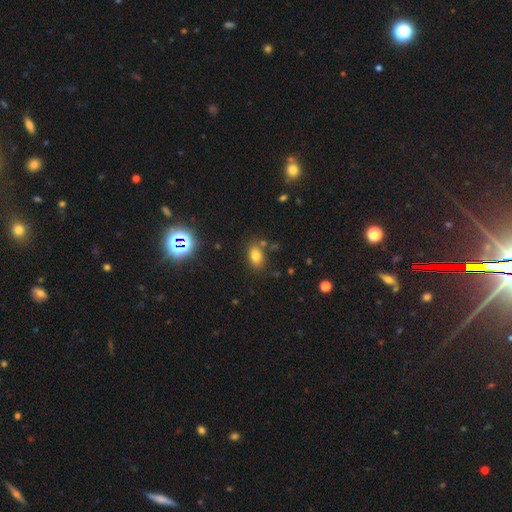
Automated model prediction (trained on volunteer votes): The model was most divided on "smooth or featured": smooth: 75%, star or artifact: 15%, featured or disk: 10%. More confident: how rounded — in between (81%); merging — none (78%).